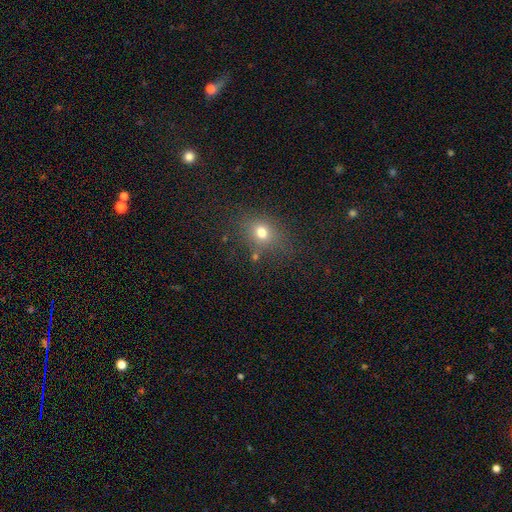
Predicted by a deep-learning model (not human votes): A smooth galaxy with no disk features (65%) that is round (61%).

Vote fractions:
- Smooth or featured? smooth: 65% / star or artifact: 24% / featured or disk: 11%
- How rounded? round: 61% / in between: 37% / cigar-shaped: 2%
- Merging? none: 76% / minor disturbance: 14% / major disturbance: 5% / merger: 5%